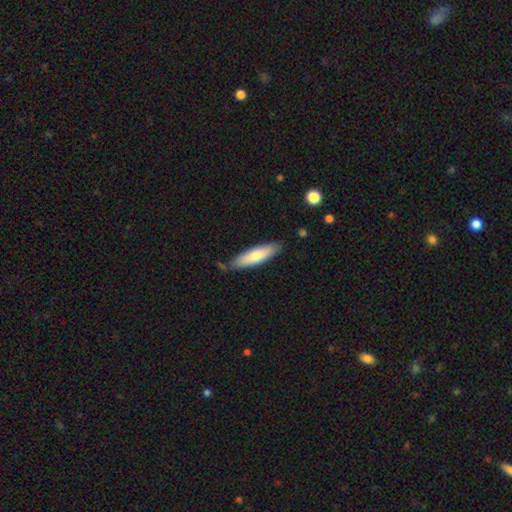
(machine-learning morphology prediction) A smooth galaxy with no disk features (73%) that is cigar-shaped (65%). Merging: none (79%).